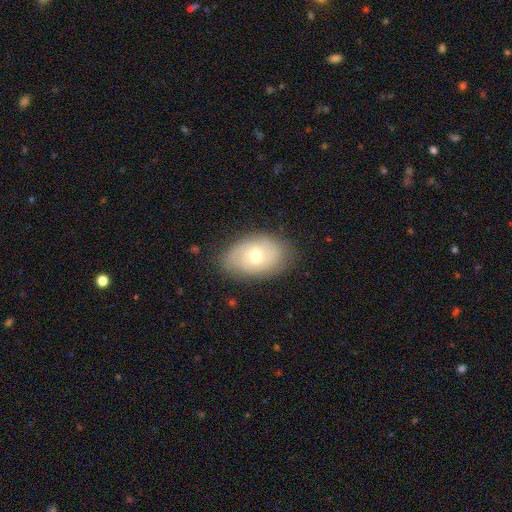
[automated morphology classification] Q: Smooth or featured?
A: smooth (47%); runner-up: featured or disk (45%)
Q: Merging?
A: none (77%); runner-up: minor disturbance (18%)